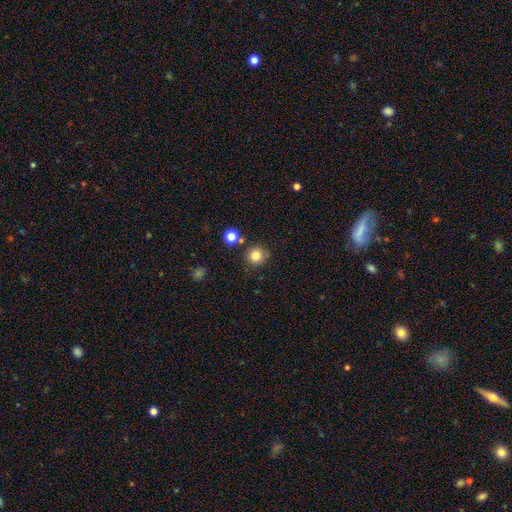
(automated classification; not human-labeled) Q: Smooth or featured?
A: smooth (82%); runner-up: star or artifact (12%)
Q: How rounded?
A: round (93%); runner-up: in between (6%)
Q: Merging?
A: none (82%); runner-up: minor disturbance (9%)